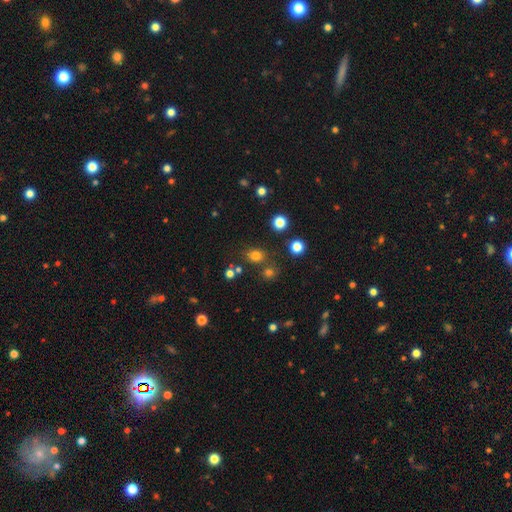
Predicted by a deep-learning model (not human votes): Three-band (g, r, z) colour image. It shows a smooth galaxy with no disk features (75%) that is round (68%). Merging: none (76%).